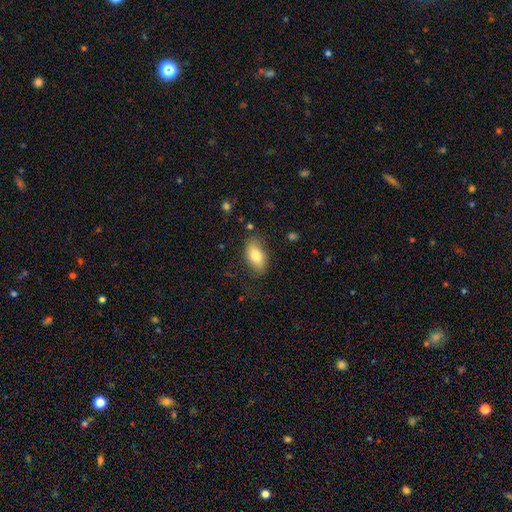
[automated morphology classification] This appears to be a smooth galaxy with no disk features (78%) that is in between round and cigar-shaped (91%). Merging: none (78%).